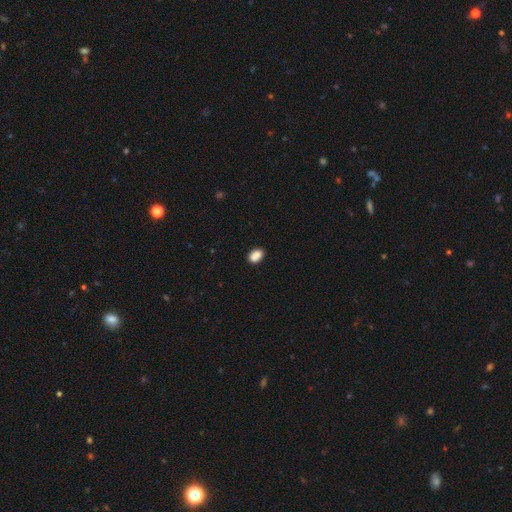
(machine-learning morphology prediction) Smooth or featured? smooth (88%)
How rounded? in between (84%)
Merging? none (86%)